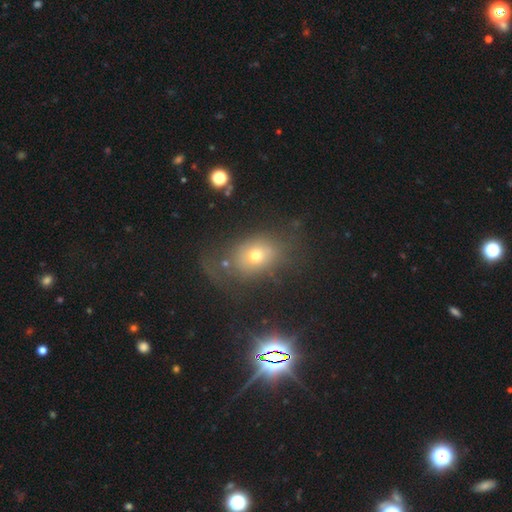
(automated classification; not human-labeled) The model was most divided on "how rounded": in between: 61%, round: 38%, cigar-shaped: 2%. More confident: smooth or featured — smooth (59%); merging — none (57%).